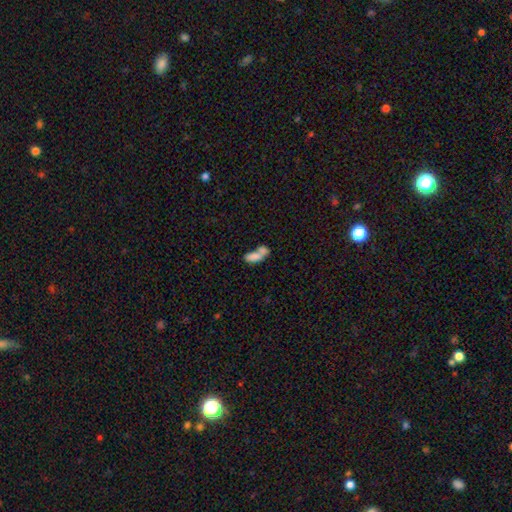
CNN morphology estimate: Smooth or featured?
  - smooth: 75% *
  - featured or disk: 16%
  - star or artifact: 9%
How rounded?
  - in between: 81% *
  - cigar-shaped: 14%
  - round: 4%
Merging?
  - merger: 65% *
  - none: 21%
  - minor disturbance: 8%
  - major disturbance: 6%